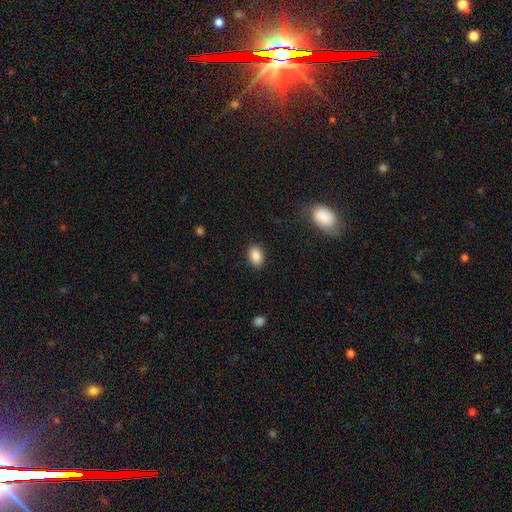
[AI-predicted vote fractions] Morphology: type=smooth (87%); roundness=in between (86%); merging=none (88%).